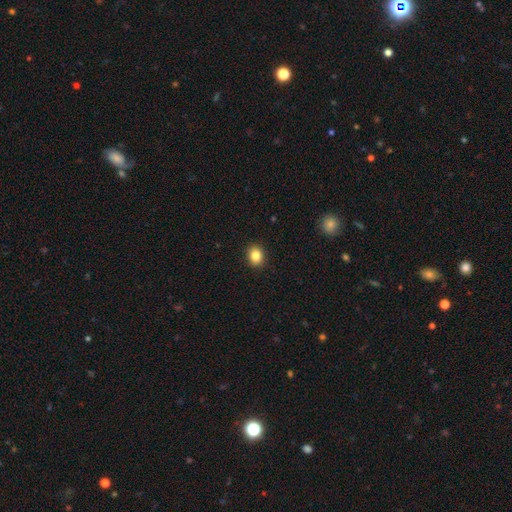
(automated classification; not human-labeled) Smooth or featured? Predicted: smooth (p=0.84). How rounded? Predicted: round (p=0.56). Merging? Predicted: none (p=0.91).